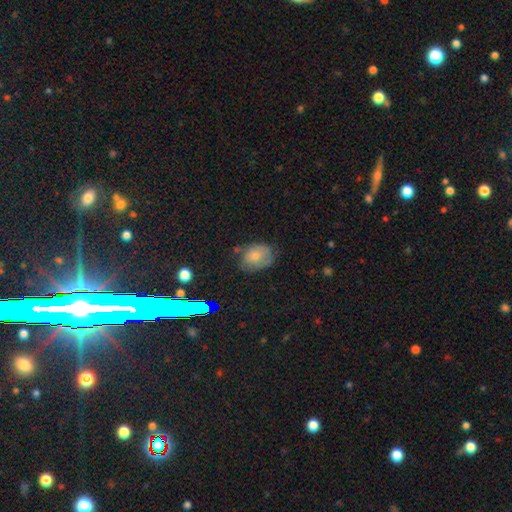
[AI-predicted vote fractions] This appears to be a smooth galaxy with no disk features (66%) that is in between round and cigar-shaped (63%). Merging: none (57%).